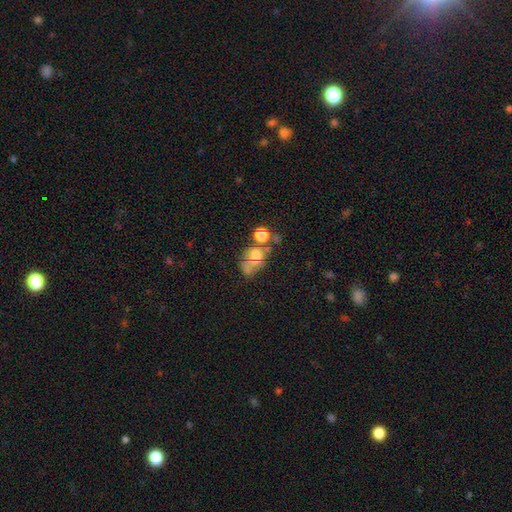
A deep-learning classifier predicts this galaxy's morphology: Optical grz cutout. It shows a smooth galaxy with no disk features (56%) that is in between round and cigar-shaped (51%). Merging: merger (43%).